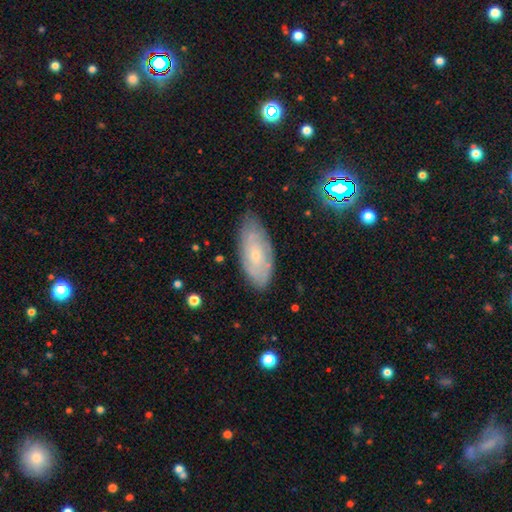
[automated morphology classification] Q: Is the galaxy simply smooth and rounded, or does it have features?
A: featured or disk — 55%.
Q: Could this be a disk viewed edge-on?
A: no — 88%.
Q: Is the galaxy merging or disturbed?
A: none — 76%.